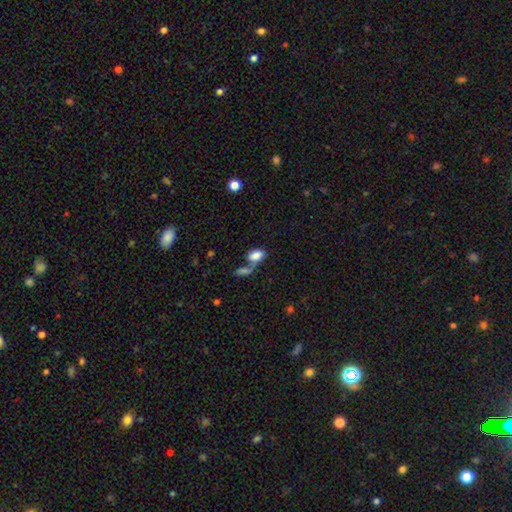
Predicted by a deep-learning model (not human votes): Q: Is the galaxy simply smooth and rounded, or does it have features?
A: smooth — 79%.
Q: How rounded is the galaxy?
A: in between — 90%.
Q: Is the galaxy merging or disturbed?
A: merger — 53%.